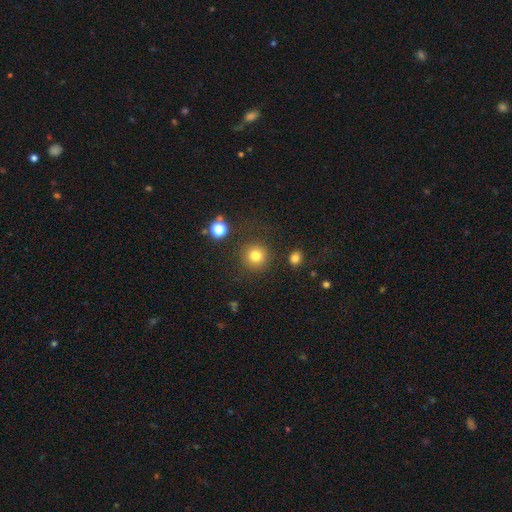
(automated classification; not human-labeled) This is likely a smooth galaxy (80%). How rounded: clearly round (94%). Merging: clearly none (86%).